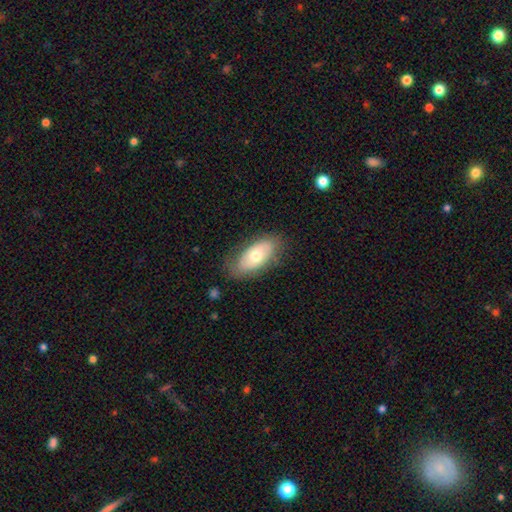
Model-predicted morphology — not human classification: The model was most divided on "smooth or featured": smooth: 61%, featured or disk: 33%, star or artifact: 6%. More confident: how rounded — in between (91%); merging — none (75%).